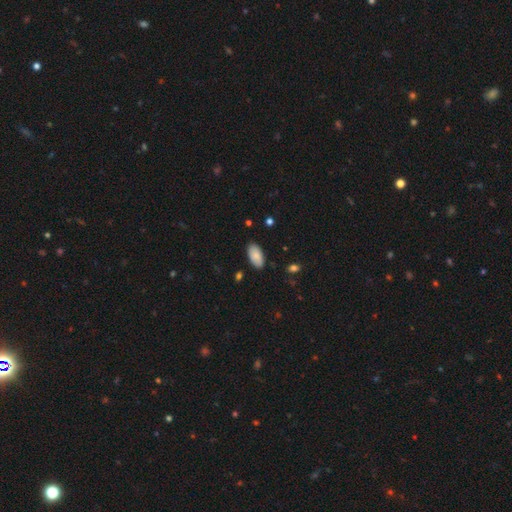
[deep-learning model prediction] This is clearly a smooth galaxy (86%). How rounded: clearly in between (95%). Merging: clearly none (86%).